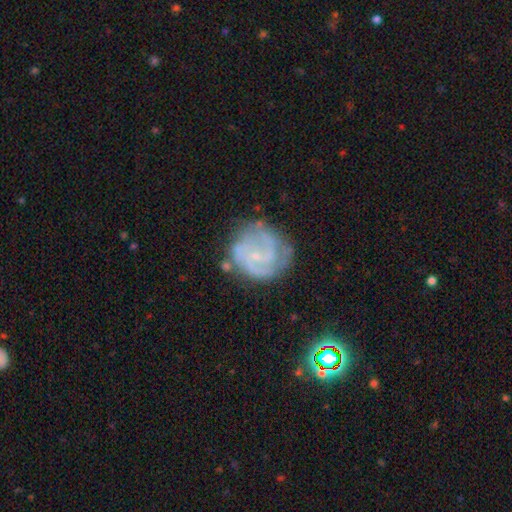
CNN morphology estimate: smooth_or_featured: featured or disk (p=0.79) [alt: smooth p=0.13]
disk_edge_on: no (p=0.98) [alt: yes p=0.02]
bar: no (p=0.60) [alt: weak p=0.34]
has_spiral_arms: yes (p=0.92) [alt: no p=0.08]
spiral_winding: tight (p=0.48) [alt: medium p=0.40]
spiral_arm_count: 2 (p=0.33) [alt: can't tell p=0.26]
bulge_size: small (p=0.79) [alt: moderate p=0.10]
merging: none (p=0.66) [alt: minor disturbance p=0.21]